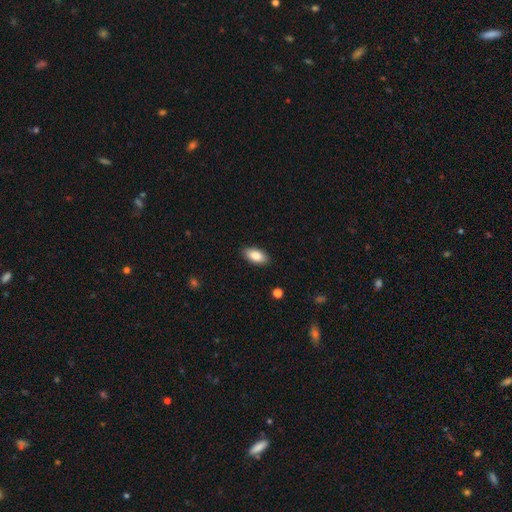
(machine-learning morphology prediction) Smooth or featured: smooth — 84% (featured or disk — 9%)
How rounded: in between — 92% (cigar-shaped — 5%)
Merging: none — 89% (minor disturbance — 8%)